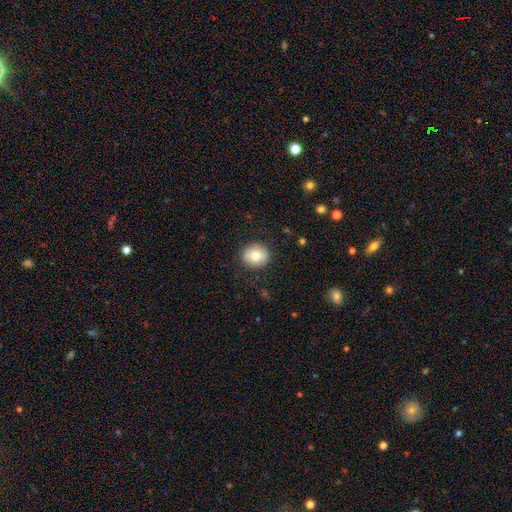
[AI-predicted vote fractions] smooth_or_featured: smooth (p=0.77) [alt: featured or disk p=0.14]
how_rounded: round (p=0.78) [alt: in between p=0.21]
merging: none (p=0.88) [alt: minor disturbance p=0.09]